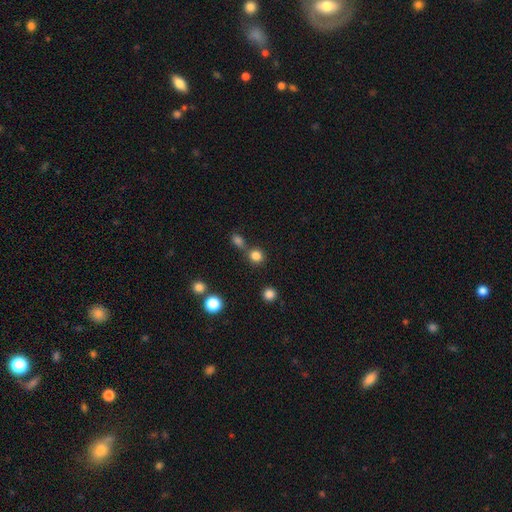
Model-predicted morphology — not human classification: type=smooth (81%); roundness=round (87%); merging=none (65%).